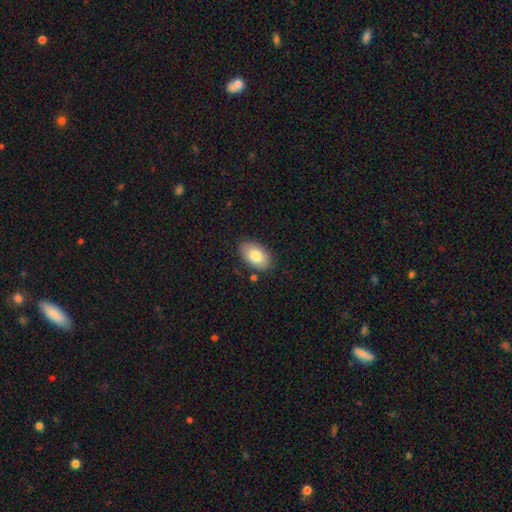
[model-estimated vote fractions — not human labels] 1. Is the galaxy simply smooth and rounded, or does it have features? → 83% smooth, 11% featured or disk, 6% star or artifact.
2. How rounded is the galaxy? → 92% in between, 7% round, 1% cigar-shaped.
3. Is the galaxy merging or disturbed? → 83% none, 12% minor disturbance, 3% major disturbance, 2% merger.